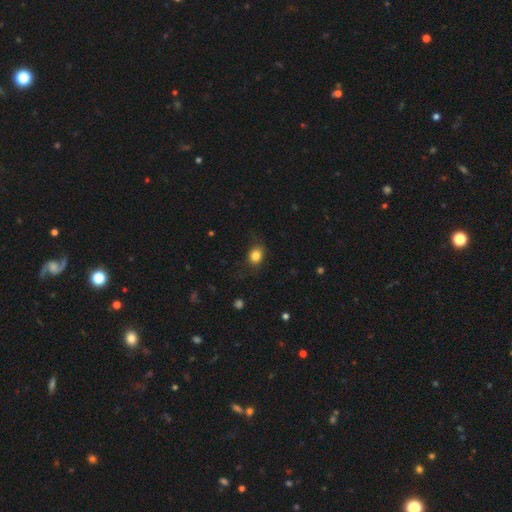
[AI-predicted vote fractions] The model was most divided on "how rounded": round: 55%, in between: 44%, cigar-shaped: 1%. More confident: smooth or featured — smooth (83%); merging — none (75%).